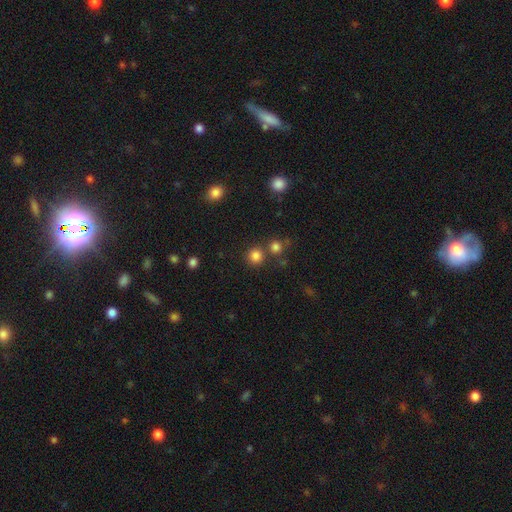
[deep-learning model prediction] The model was most divided on "merging": none: 76%, merger: 14%, minor disturbance: 7%, major disturbance: 3%. More confident: how rounded — round (92%); smooth or featured — smooth (81%).